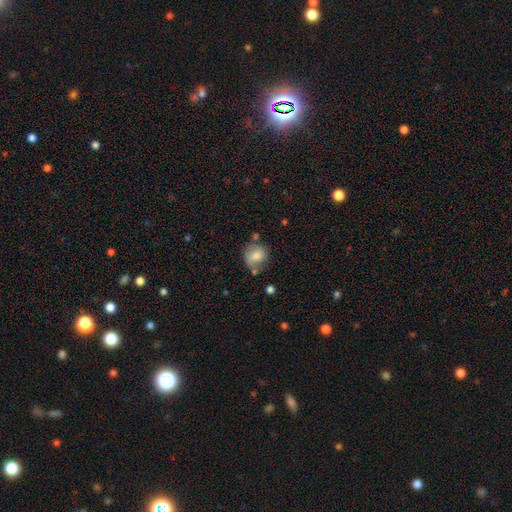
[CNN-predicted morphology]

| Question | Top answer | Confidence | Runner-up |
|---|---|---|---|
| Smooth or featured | smooth | 73% | featured or disk (17%) |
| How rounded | round | 76% | in between (23%) |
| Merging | none | 60% | minor disturbance (23%) |